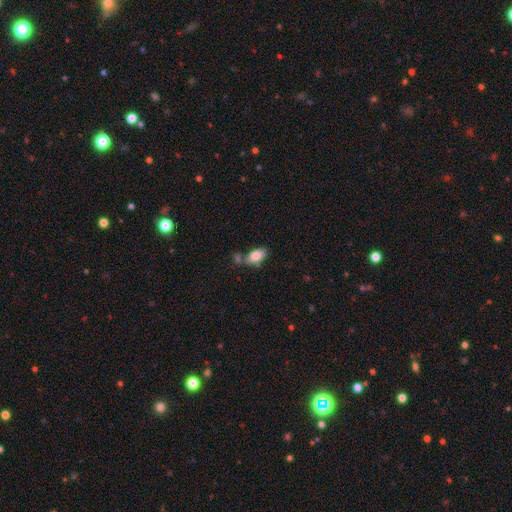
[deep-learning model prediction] Smooth or featured? Predicted: smooth (p=0.80). How rounded? Predicted: in between (p=0.91). Merging? Predicted: none (p=0.60).